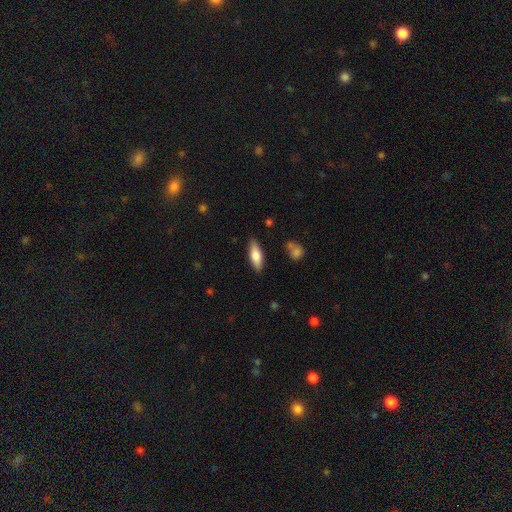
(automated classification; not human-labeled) Smooth or featured: smooth — 72% (featured or disk — 22%)
How rounded: in between — 58% (cigar-shaped — 40%)
Merging: none — 85% (minor disturbance — 11%)